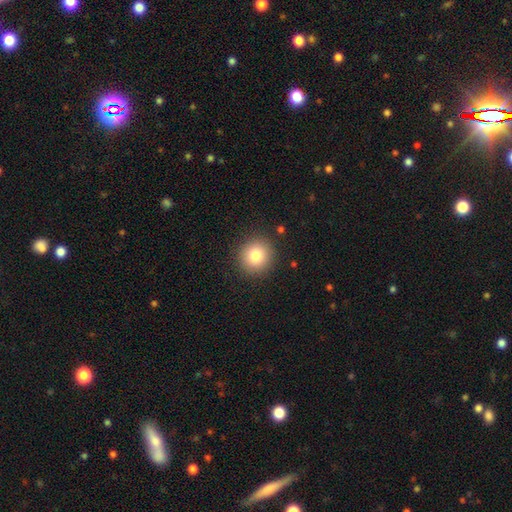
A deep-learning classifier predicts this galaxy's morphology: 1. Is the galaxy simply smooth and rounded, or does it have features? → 81% smooth, 10% star or artifact, 8% featured or disk.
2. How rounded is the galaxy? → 93% round, 6% in between, 1% cigar-shaped.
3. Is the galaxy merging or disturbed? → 90% none, 6% minor disturbance, 2% major disturbance, 1% merger.